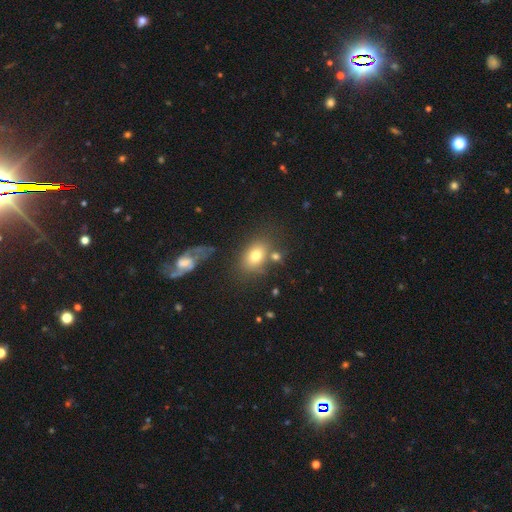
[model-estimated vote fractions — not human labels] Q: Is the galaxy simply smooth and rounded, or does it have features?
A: smooth — 73%.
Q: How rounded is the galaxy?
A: in between — 78%.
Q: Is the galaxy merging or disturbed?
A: none — 58%.